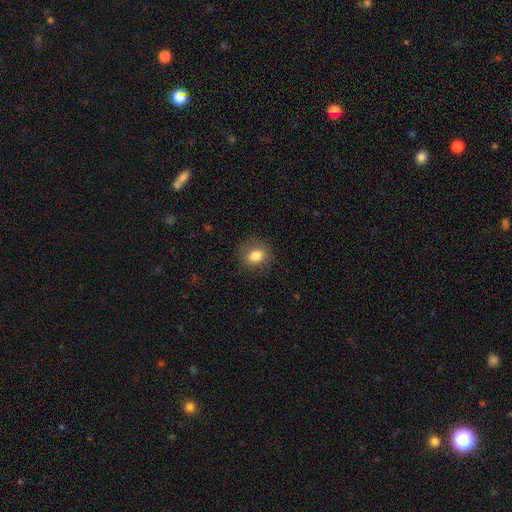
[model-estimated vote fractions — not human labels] Smooth or featured? smooth (83%)
How rounded? round (61%)
Merging? none (83%)